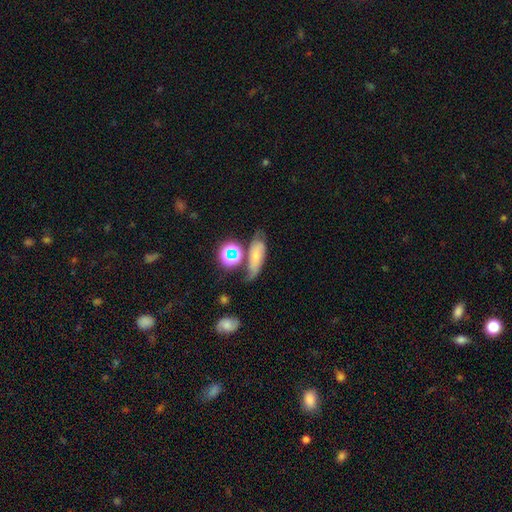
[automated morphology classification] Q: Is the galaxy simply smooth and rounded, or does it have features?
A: smooth — 49%.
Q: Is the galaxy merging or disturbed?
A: none — 45%.